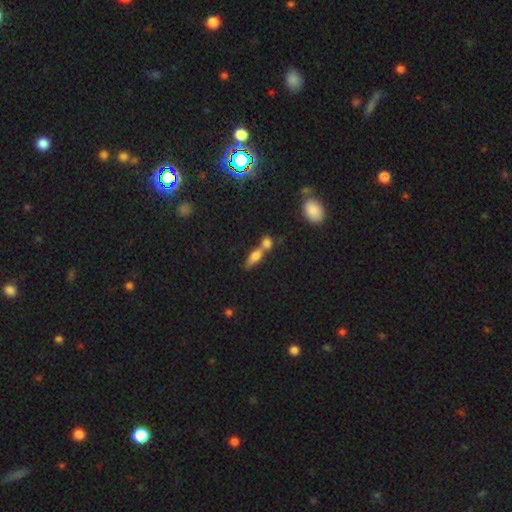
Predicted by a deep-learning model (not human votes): Smooth or featured? smooth (68%)
How rounded? in between (60%)
Merging? merger (57%)